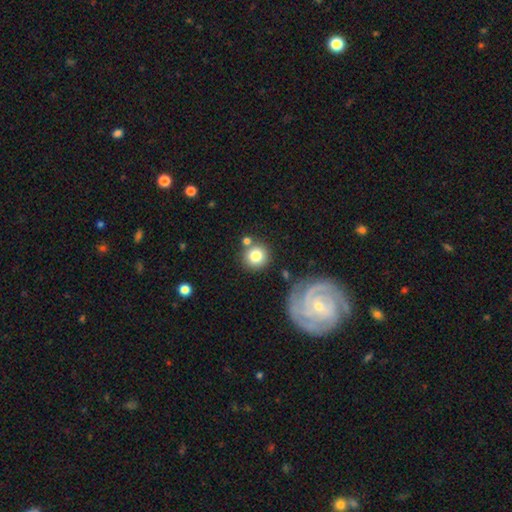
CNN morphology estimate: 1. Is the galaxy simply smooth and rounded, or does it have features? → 77% smooth, 15% featured or disk, 8% star or artifact.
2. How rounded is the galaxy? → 92% round, 7% in between, 1% cigar-shaped.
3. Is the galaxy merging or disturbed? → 74% none, 12% merger, 10% minor disturbance, 4% major disturbance.